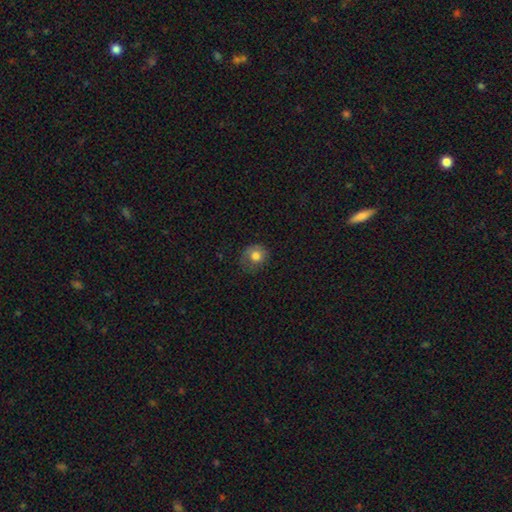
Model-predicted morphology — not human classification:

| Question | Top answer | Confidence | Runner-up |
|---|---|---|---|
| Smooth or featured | smooth | 76% | featured or disk (14%) |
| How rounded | round | 78% | in between (21%) |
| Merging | none | 61% | minor disturbance (26%) |